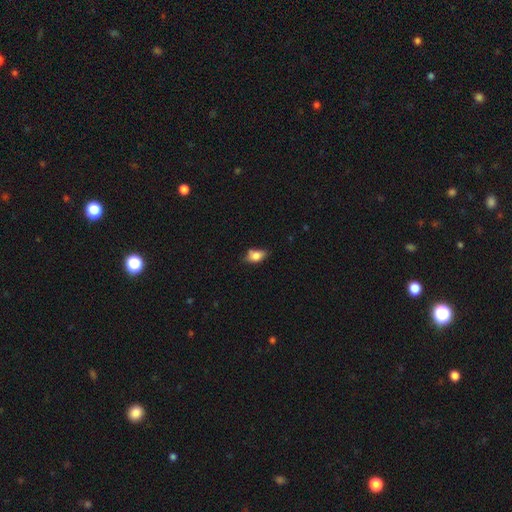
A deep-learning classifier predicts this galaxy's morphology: type=smooth (79%); roundness=in between (85%); merging=none (57%).